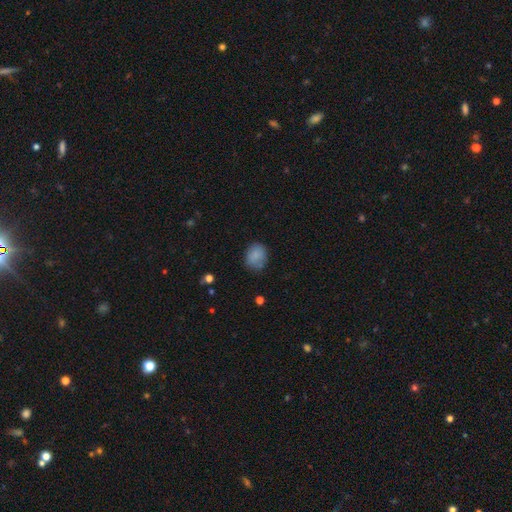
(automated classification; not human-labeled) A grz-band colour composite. It shows a smooth galaxy with no disk features (84%) that is round (57%). Merging: none (72%).